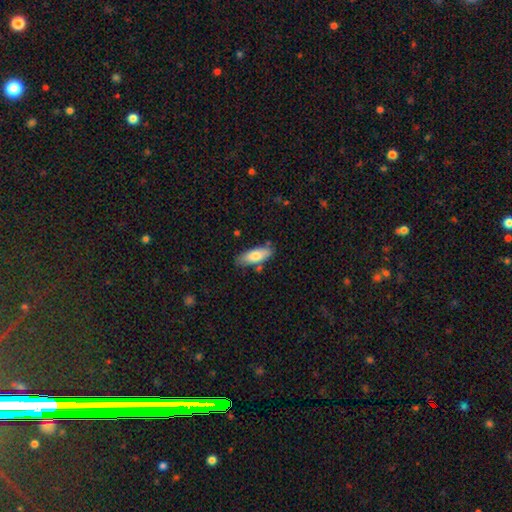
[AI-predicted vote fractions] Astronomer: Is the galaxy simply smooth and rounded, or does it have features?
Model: smooth — 77%.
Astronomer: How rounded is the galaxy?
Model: in between — 70%.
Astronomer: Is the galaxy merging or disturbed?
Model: none — 77%.